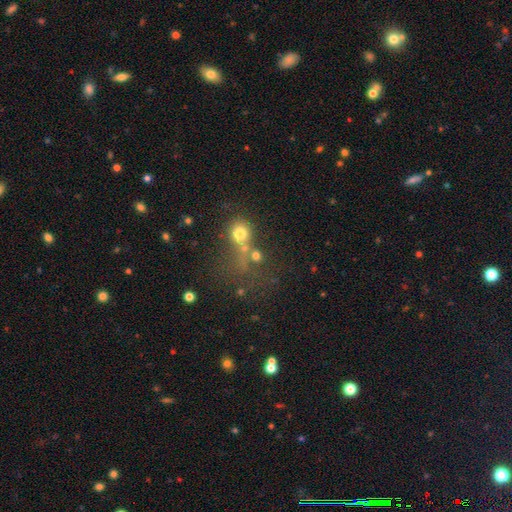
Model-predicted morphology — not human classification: Smooth or featured? smooth (66%)
How rounded? round (80%)
Merging? none (43%)